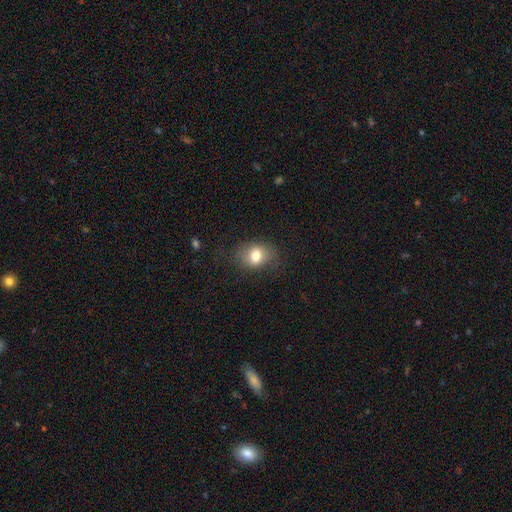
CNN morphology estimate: type=smooth (76%); roundness=in between (58%); merging=none (71%).